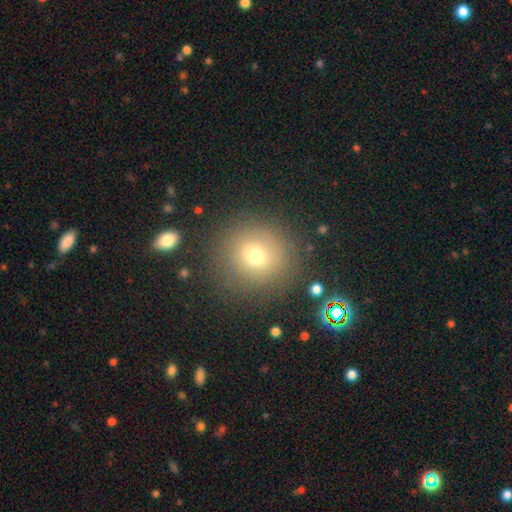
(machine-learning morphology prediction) smooth 70%, star or artifact 17%, featured or disk 13%. Down the decision tree: how rounded — round (91%); merging — none (84%).